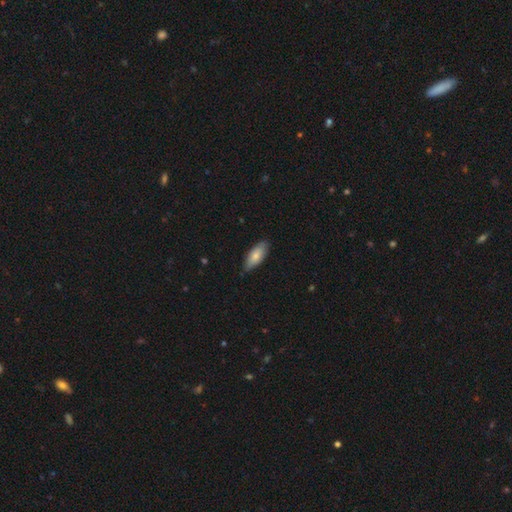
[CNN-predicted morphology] Smooth or featured?
  - smooth: 75% *
  - featured or disk: 19%
  - star or artifact: 5%
How rounded?
  - in between: 81% *
  - cigar-shaped: 17%
  - round: 2%
Merging?
  - none: 79% *
  - minor disturbance: 17%
  - major disturbance: 2%
  - merger: 1%